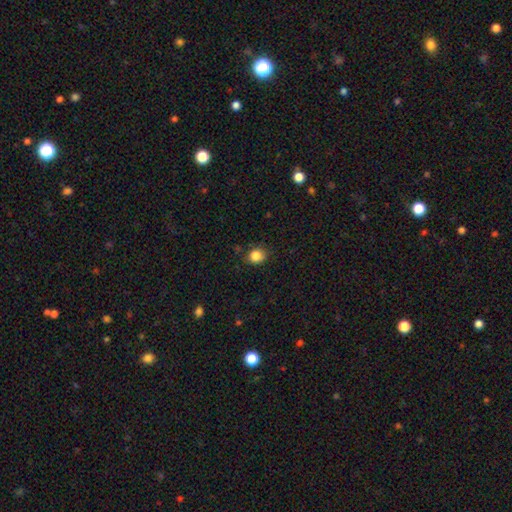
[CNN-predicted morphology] The model was most divided on "how rounded": round: 70%, in between: 29%, cigar-shaped: 1%. More confident: smooth or featured — smooth (85%); merging — none (81%).